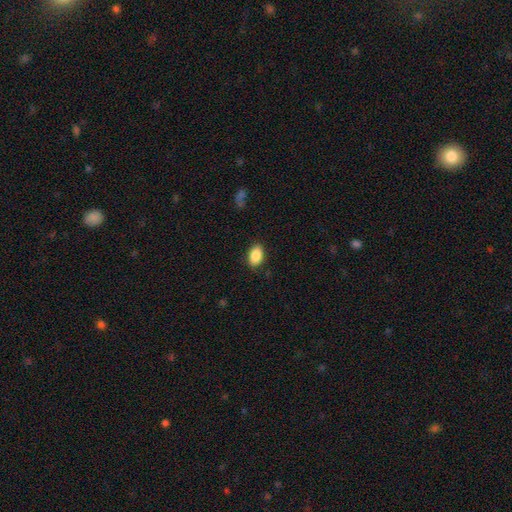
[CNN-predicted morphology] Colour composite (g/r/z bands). It shows a smooth galaxy with no disk features (88%) that is in between round and cigar-shaped (90%). Merging: none (87%).